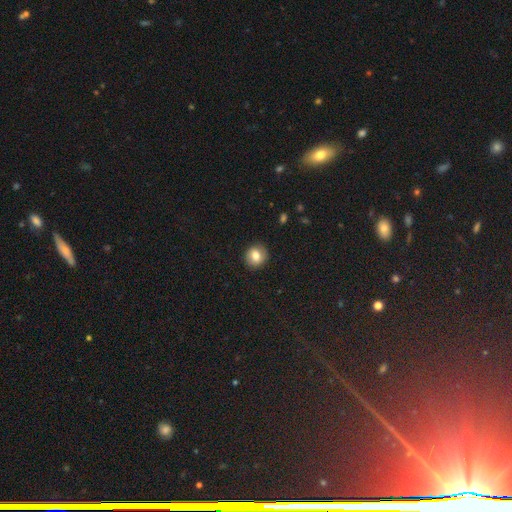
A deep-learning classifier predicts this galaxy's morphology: This is likely a smooth galaxy (77%). How rounded: clearly round (83%). Merging: clearly none (88%).